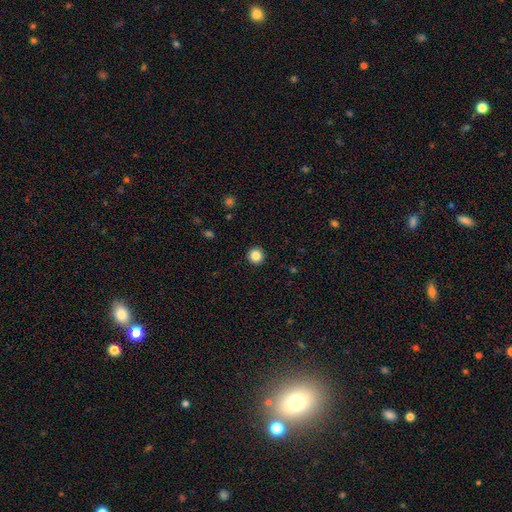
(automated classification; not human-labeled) Smooth or featured: smooth — 86% (star or artifact — 10%)
How rounded: round — 95% (in between — 4%)
Merging: none — 93% (minor disturbance — 4%)